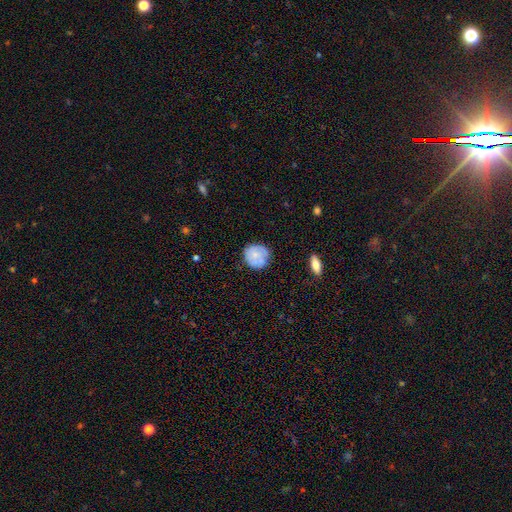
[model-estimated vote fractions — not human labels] Smooth or featured? smooth (64%)
How rounded? round (86%)
Merging? none (70%)